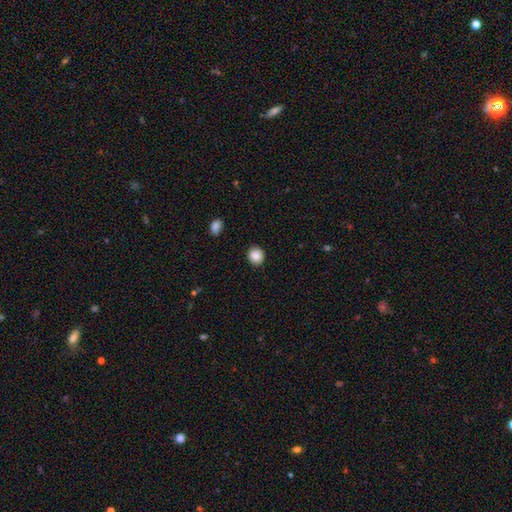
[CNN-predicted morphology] Smooth or featured? smooth (88%)
How rounded? round (82%)
Merging? none (89%)